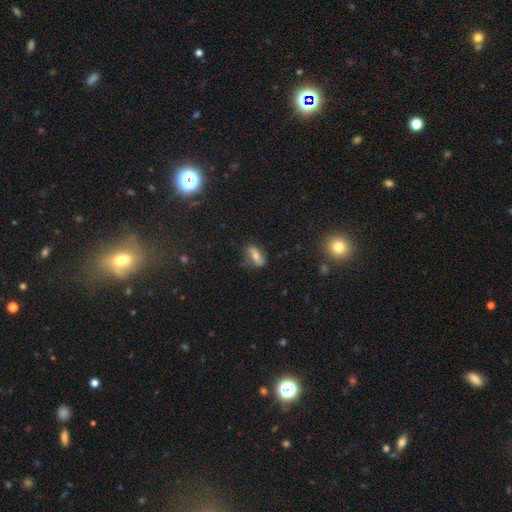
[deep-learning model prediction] This appears to be a smooth galaxy with no disk features (47%). Merging: none (74%).